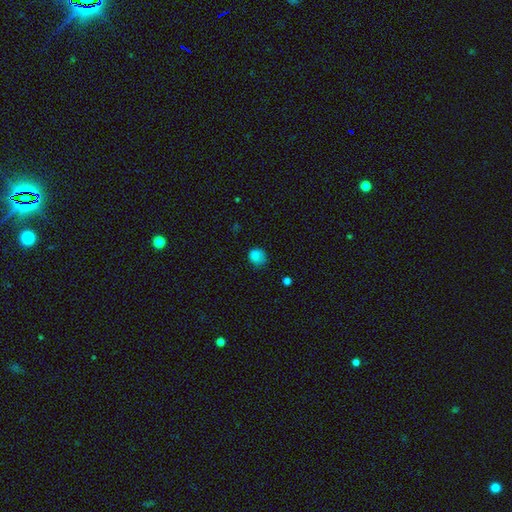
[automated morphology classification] This appears to be a smooth galaxy with no disk features (81%) that is round (74%). Merging: none (61%).